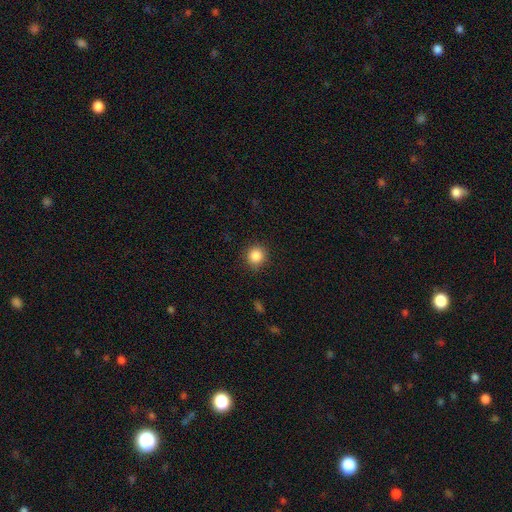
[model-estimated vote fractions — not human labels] Smooth or featured: smooth — 87% (star or artifact — 10%)
How rounded: round — 91% (in between — 8%)
Merging: none — 88% (minor disturbance — 8%)